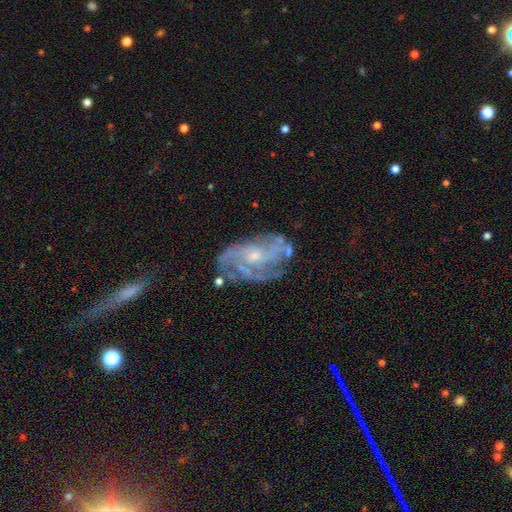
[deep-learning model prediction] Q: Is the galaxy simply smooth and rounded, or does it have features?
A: featured or disk — 82%.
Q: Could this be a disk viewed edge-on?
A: no — 96%.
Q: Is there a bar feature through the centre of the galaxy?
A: no — 69%.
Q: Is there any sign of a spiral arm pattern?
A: yes — 88%.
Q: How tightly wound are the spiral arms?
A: tight — 43%.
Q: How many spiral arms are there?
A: can't tell — 35%.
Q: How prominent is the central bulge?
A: small — 64%.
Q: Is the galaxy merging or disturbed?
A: none — 64%.